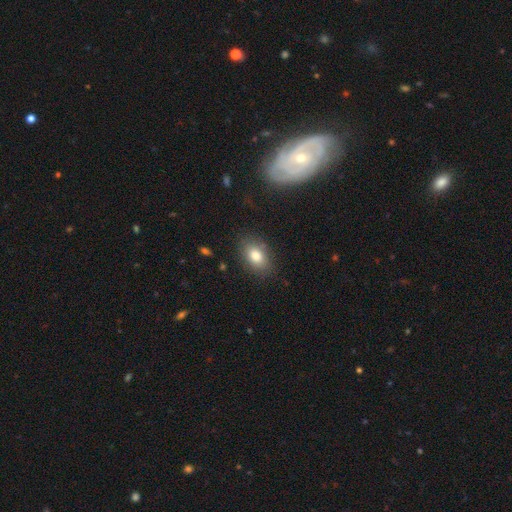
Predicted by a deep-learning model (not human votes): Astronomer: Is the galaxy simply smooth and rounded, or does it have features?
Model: smooth — 81%.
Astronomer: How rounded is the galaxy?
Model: in between — 84%.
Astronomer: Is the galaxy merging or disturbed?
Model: none — 83%.